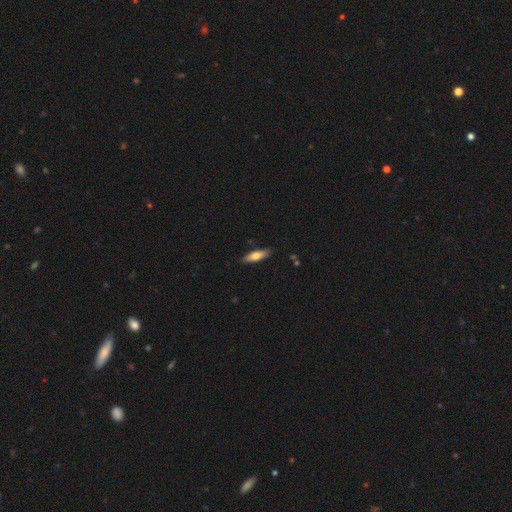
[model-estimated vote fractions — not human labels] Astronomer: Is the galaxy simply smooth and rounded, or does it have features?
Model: smooth — 66%.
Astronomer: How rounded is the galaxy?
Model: cigar-shaped — 58% (runner-up: in between, 40%).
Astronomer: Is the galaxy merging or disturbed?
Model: none — 86%.